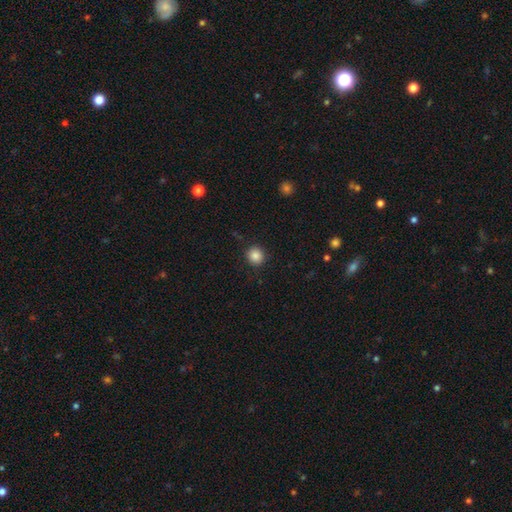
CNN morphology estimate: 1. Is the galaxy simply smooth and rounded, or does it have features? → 86% smooth, 10% star or artifact, 4% featured or disk.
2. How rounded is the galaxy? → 92% round, 7% in between, 1% cigar-shaped.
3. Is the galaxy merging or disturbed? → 91% none, 6% minor disturbance, 2% major disturbance, 1% merger.